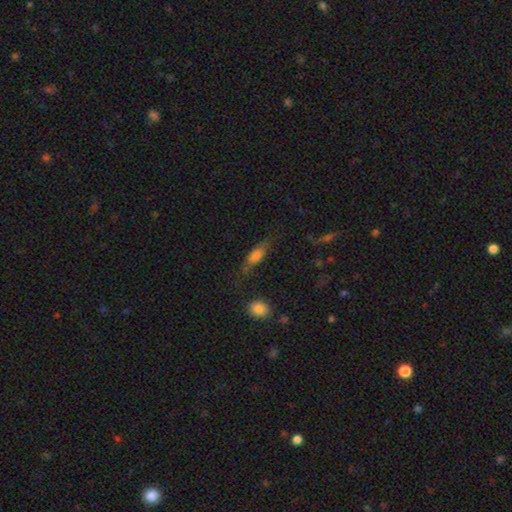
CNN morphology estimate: A smooth galaxy with no disk features (68%) that is in between round and cigar-shaped (56%). Merging: none (60%).